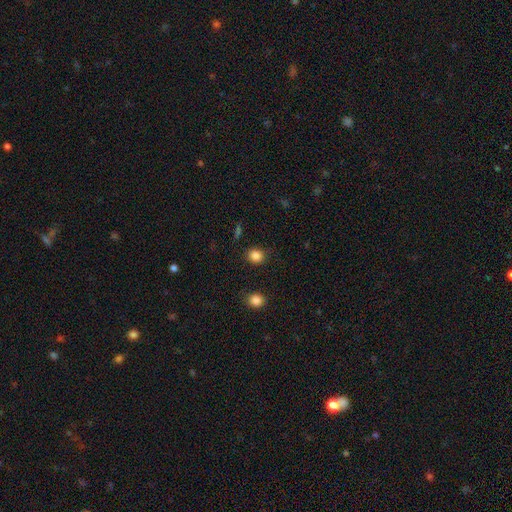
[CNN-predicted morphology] Overall: smooth (86%). How rounded: round (77%). Merging: none (87%).